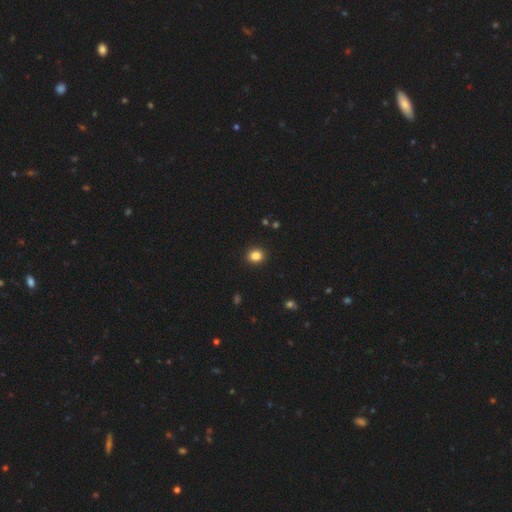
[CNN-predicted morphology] A smooth galaxy with no disk features (84%) that is round (72%).

Vote fractions:
- Smooth or featured? smooth: 84% / star or artifact: 11% / featured or disk: 4%
- How rounded? round: 72% / in between: 28% / cigar-shaped: 1%
- Merging? none: 92% / minor disturbance: 6% / major disturbance: 2% / merger: 1%